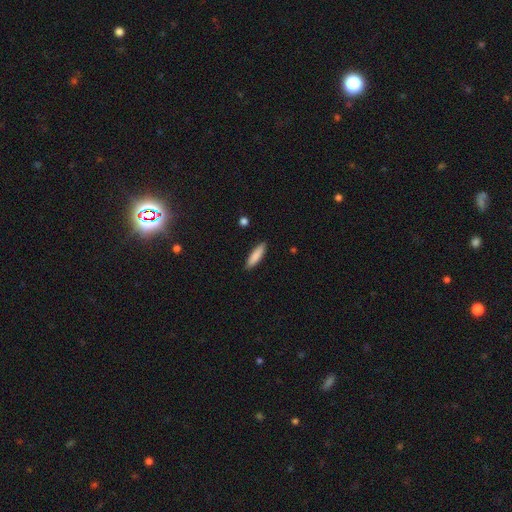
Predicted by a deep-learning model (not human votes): A smooth galaxy with no disk features (85%) that is cigar-shaped (70%).

Vote fractions:
- Smooth or featured? smooth: 85% / featured or disk: 9% / star or artifact: 6%
- How rounded? cigar-shaped: 70% / in between: 29% / round: 1%
- Merging? none: 89% / minor disturbance: 8% / major disturbance: 2% / merger: 1%